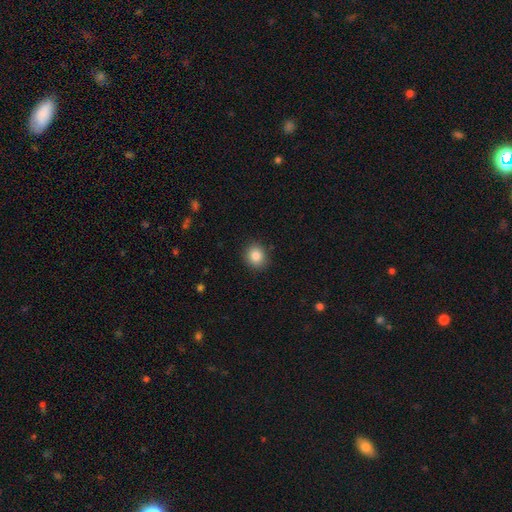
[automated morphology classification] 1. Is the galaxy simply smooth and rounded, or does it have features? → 85% smooth, 10% star or artifact, 5% featured or disk.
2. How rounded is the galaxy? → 81% round, 18% in between, 1% cigar-shaped.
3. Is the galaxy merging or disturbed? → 90% none, 7% minor disturbance, 2% major disturbance, 1% merger.